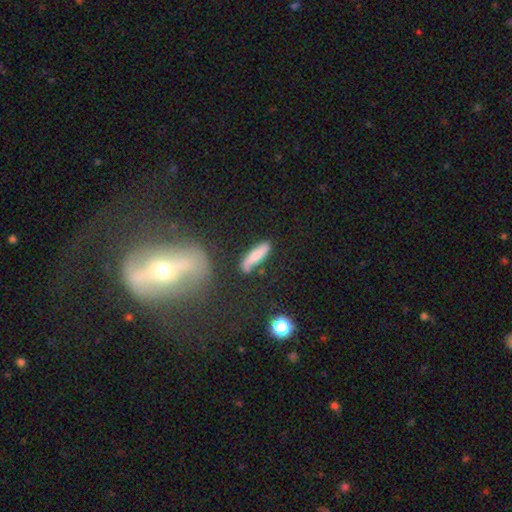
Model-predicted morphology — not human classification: Q: Smooth or featured?
A: smooth (68%); runner-up: featured or disk (25%)
Q: How rounded?
A: cigar-shaped (75%); runner-up: in between (23%)
Q: Merging?
A: none (75%); runner-up: minor disturbance (16%)